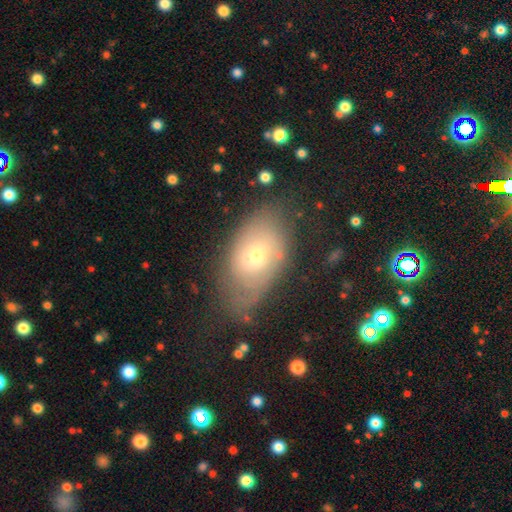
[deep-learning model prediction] A smooth galaxy with no disk features (48%). Merging: none (54%).